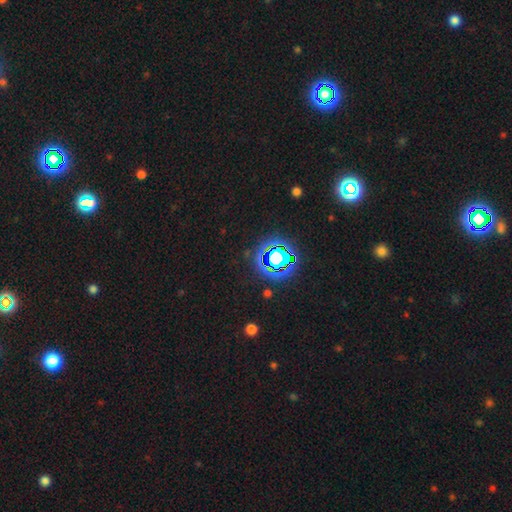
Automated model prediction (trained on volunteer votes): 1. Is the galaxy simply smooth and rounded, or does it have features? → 79% star or artifact, 14% smooth, 7% featured or disk.